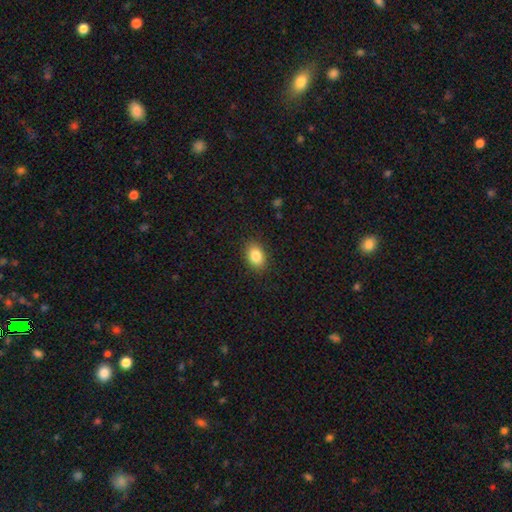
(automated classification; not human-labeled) A smooth galaxy with no disk features (85%) that is in between round and cigar-shaped (78%). Merging: none (88%).